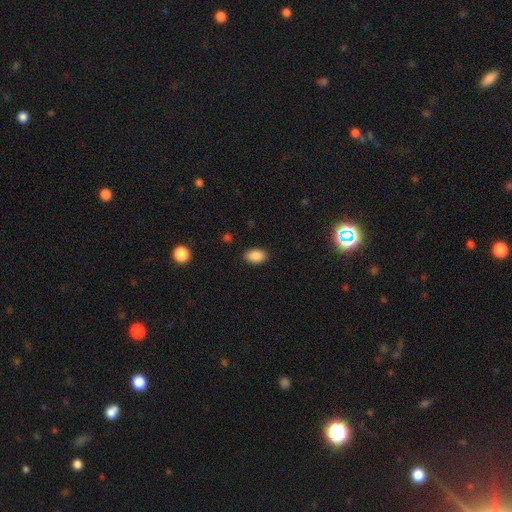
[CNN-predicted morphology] Smooth or featured: smooth — 89% (star or artifact — 8%)
How rounded: in between — 90% (round — 8%)
Merging: none — 88% (minor disturbance — 8%)